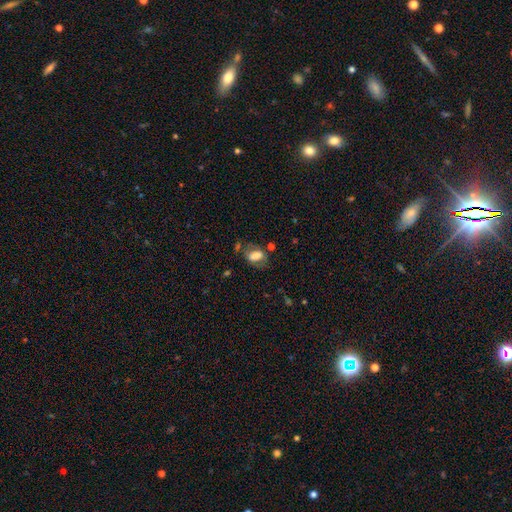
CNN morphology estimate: A smooth galaxy with no disk features (63%) that is in between round and cigar-shaped (83%).

Vote fractions:
- Smooth or featured? smooth: 63% / featured or disk: 28% / star or artifact: 9%
- How rounded? in between: 83% / round: 14% / cigar-shaped: 3%
- Merging? none: 56% / minor disturbance: 22% / major disturbance: 14% / merger: 8%